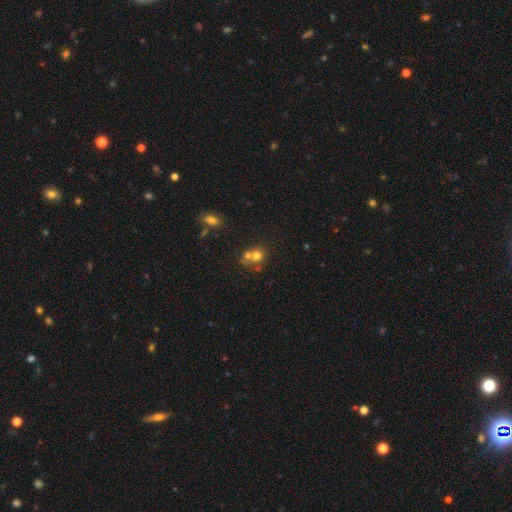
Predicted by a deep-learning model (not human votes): Smooth or featured: smooth — 67% (featured or disk — 18%)
How rounded: round — 78% (in between — 21%)
Merging: merger — 51% (none — 37%)